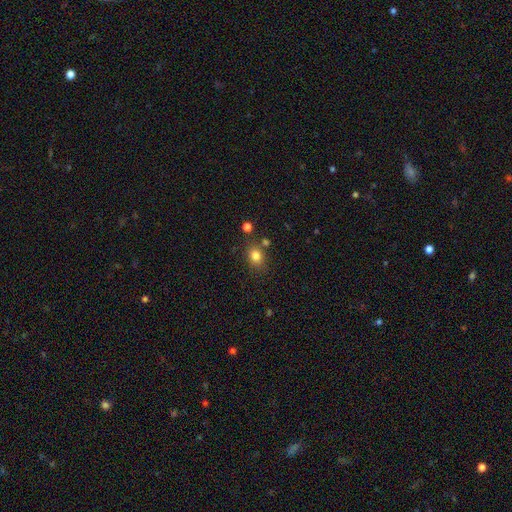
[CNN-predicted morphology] A smooth galaxy with no disk features (80%) that is in between round and cigar-shaped (54%).

Vote fractions:
- Smooth or featured? smooth: 80% / star or artifact: 12% / featured or disk: 8%
- How rounded? in between: 54% / round: 45% / cigar-shaped: 1%
- Merging? none: 76% / minor disturbance: 13% / merger: 8% / major disturbance: 4%